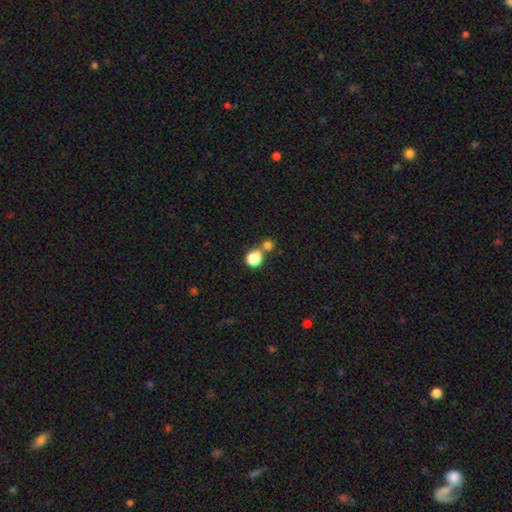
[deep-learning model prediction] smooth-or-featured: smooth: 51% | star or artifact: 40% | featured or disk: 9%
  how-rounded: round: 82% | in between: 16% | cigar-shaped: 2%
  merging: none: 69% | merger: 18% | minor disturbance: 8% | major disturbance: 5%